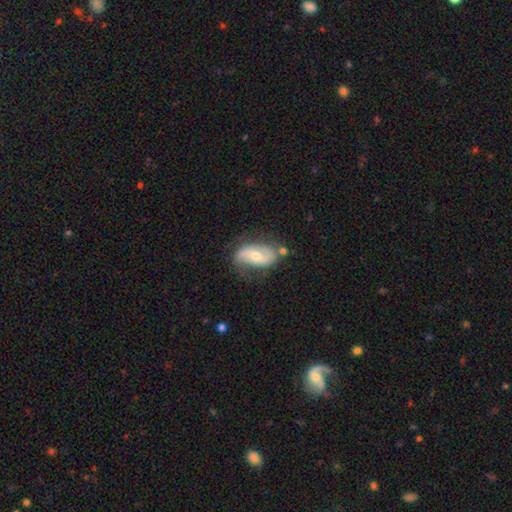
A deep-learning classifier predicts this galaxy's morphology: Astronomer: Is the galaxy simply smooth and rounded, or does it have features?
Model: featured or disk — 67%.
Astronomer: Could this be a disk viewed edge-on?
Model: no — 94%.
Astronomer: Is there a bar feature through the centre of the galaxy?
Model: no — 41% (runner-up: weak, 37%).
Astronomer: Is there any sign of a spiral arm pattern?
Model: yes — 85%.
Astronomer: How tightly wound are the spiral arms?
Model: loose — 48% (runner-up: medium, 35%).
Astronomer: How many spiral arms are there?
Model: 2 — 84%.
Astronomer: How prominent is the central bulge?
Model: moderate — 56% (runner-up: small, 38%).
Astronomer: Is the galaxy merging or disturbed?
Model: none — 60%.